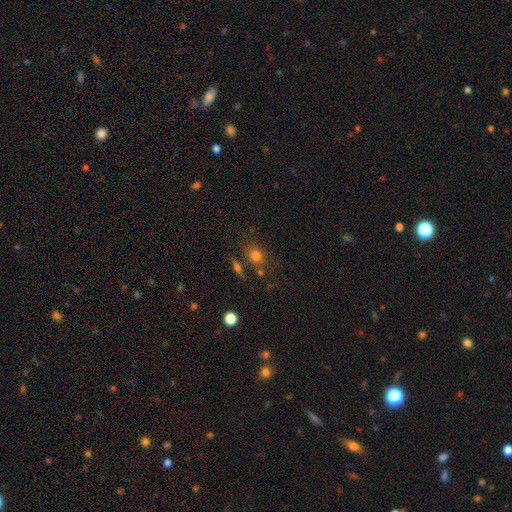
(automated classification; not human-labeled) smooth 76%, star or artifact 14%, featured or disk 10%. Down the decision tree: how rounded — round (54%); merging — none (67%).